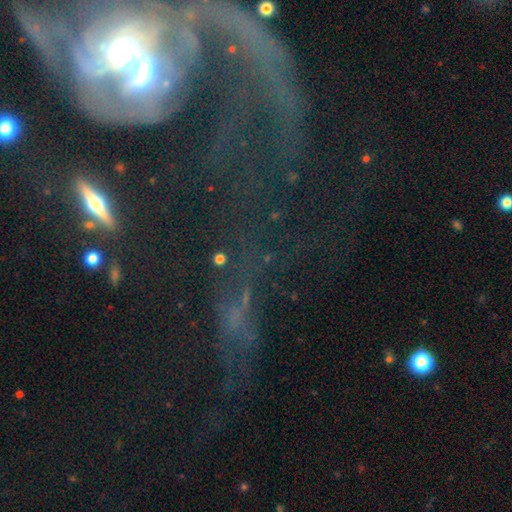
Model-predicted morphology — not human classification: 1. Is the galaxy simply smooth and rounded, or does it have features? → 57% featured or disk, 23% star or artifact, 20% smooth.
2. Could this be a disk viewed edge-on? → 77% no, 23% yes.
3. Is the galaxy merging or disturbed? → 36% major disturbance, 32% none, 19% merger, 13% minor disturbance.